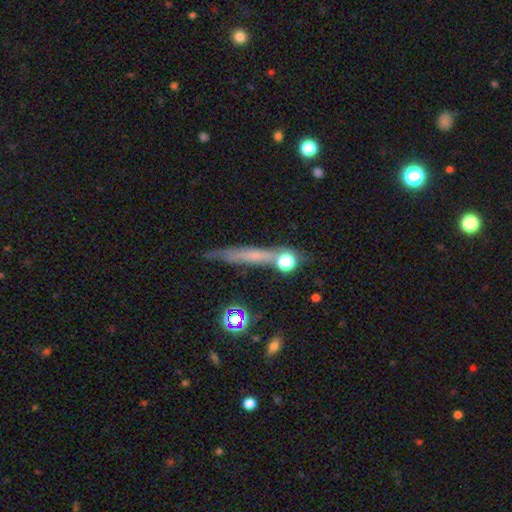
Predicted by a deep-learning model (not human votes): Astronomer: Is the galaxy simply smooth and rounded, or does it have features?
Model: smooth — 45% (runner-up: featured or disk, 42%).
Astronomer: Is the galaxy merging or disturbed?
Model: none — 75%.